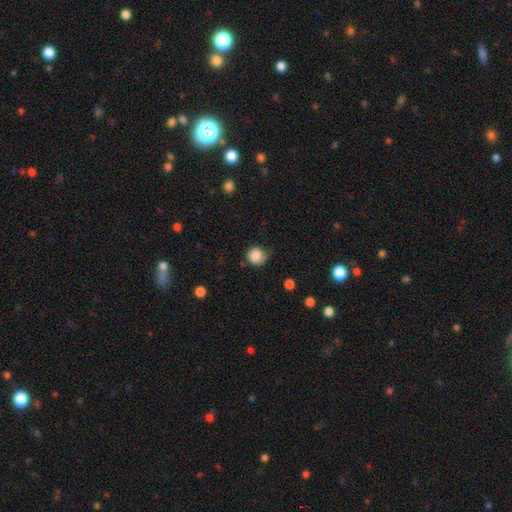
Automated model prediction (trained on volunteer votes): Smooth or featured?
  - smooth: 84% *
  - star or artifact: 9%
  - featured or disk: 7%
How rounded?
  - round: 88% *
  - in between: 11%
  - cigar-shaped: 1%
Merging?
  - none: 62% *
  - minor disturbance: 28%
  - major disturbance: 8%
  - merger: 2%